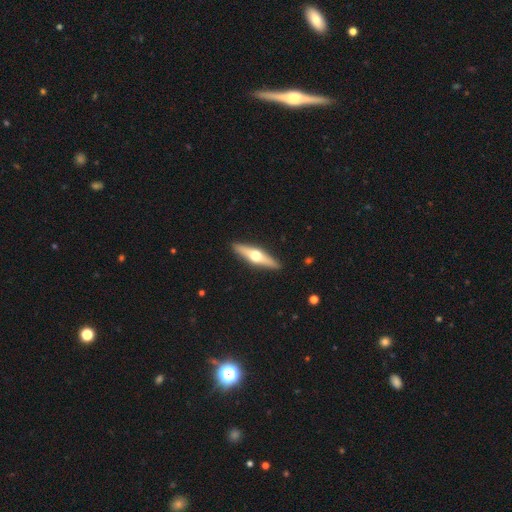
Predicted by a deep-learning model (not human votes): Overall: featured or disk (66%; smooth 30%). Edge-on disk: yes (95%). Edge-on bulge: rounded (96%). Merging: none (91%).